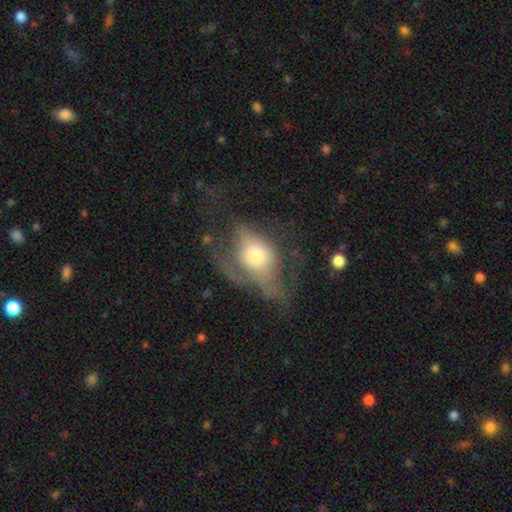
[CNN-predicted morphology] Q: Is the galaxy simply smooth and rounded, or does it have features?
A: featured or disk — 49%.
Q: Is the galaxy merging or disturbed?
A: major disturbance — 53%.